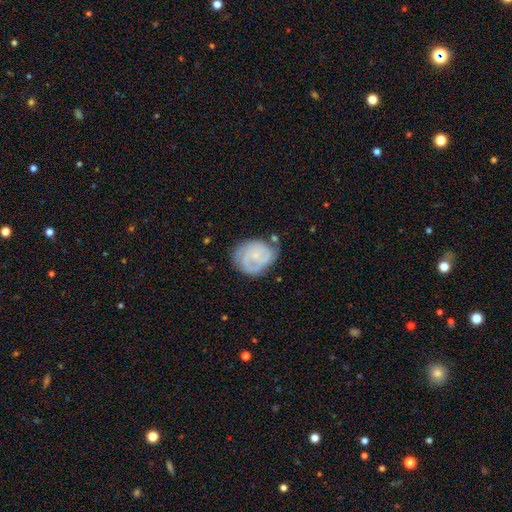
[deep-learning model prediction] Overall: featured or disk (71%). Edge-on disk: no (98%). Bar: no (74%). Spiral arms: yes (86%). Spiral arm count: 2 (41%; can't tell 29%). Spiral winding: tight (62%; medium 29%). Bulge size: small (74%). Merging: none (60%; minor disturbance 26%).